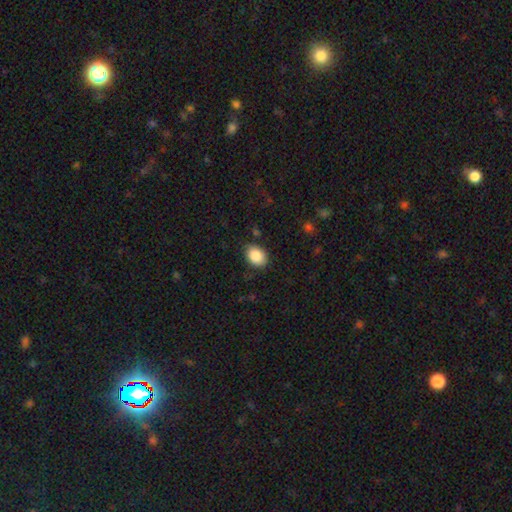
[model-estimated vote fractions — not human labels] Overall: smooth (89%). How rounded: in between (74%). Merging: none (85%).